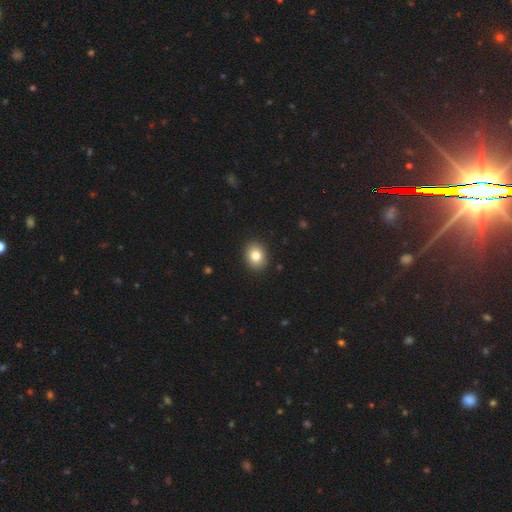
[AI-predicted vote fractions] A smooth galaxy with no disk features (82%) that is in between round and cigar-shaped (50%). Merging: none (91%).